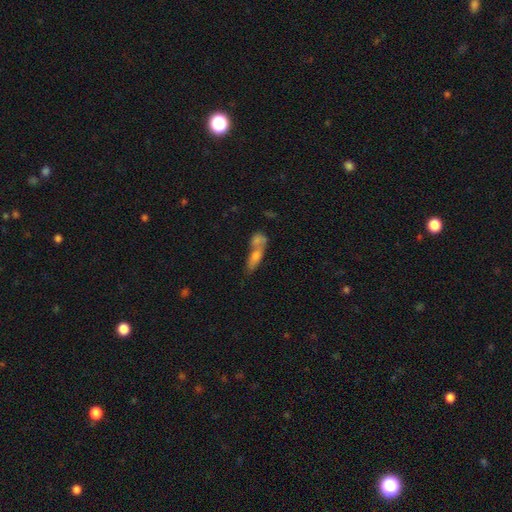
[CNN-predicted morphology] Smooth or featured: smooth — 62% (featured or disk — 28%)
How rounded: in between — 55% (cigar-shaped — 38%)
Merging: merger — 61% (none — 24%)